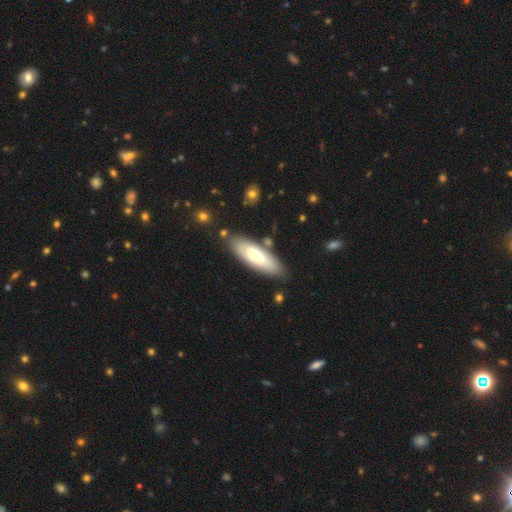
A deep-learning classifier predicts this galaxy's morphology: Q: Smooth or featured?
A: smooth (60%); runner-up: featured or disk (35%)
Q: How rounded?
A: in between (60%); runner-up: cigar-shaped (38%)
Q: Merging?
A: none (79%); runner-up: minor disturbance (13%)